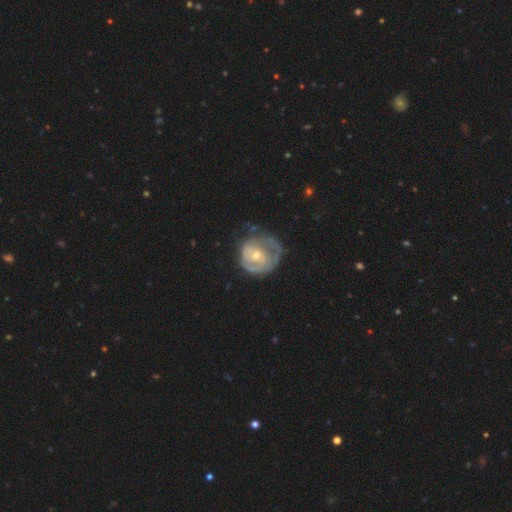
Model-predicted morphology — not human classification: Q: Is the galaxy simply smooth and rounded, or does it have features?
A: featured or disk — 72%.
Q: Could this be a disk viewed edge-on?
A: no — 98%.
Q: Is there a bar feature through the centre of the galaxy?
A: no — 69%.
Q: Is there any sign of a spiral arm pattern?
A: yes — 77%.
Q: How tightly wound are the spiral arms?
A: tight — 61%.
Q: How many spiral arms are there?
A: can't tell — 38%.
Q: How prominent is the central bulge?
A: small — 53%.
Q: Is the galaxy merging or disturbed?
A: none — 49%.